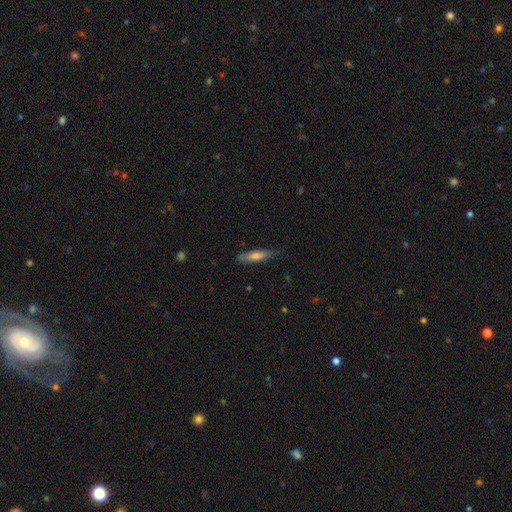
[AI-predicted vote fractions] A smooth galaxy with no disk features (63%) that is cigar-shaped (78%).

Vote fractions:
- Smooth or featured? smooth: 63% / featured or disk: 30% / star or artifact: 7%
- How rounded? cigar-shaped: 78% / in between: 20% / round: 2%
- Merging? none: 77% / minor disturbance: 18% / major disturbance: 3% / merger: 1%